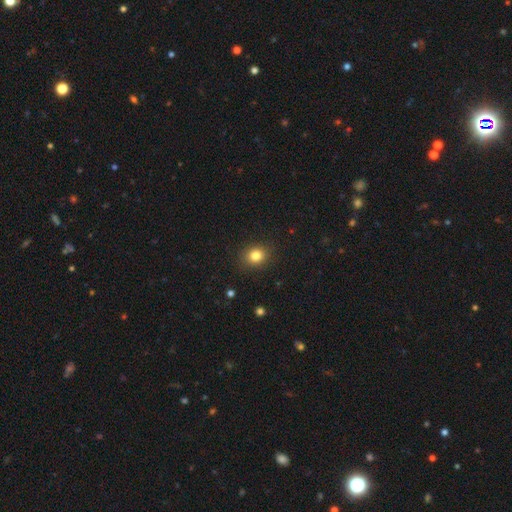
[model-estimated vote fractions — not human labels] smooth-or-featured: smooth: 82% | star or artifact: 12% | featured or disk: 6%
  how-rounded: round: 67% | in between: 32% | cigar-shaped: 1%
  merging: none: 88% | minor disturbance: 8% | major disturbance: 2% | merger: 1%